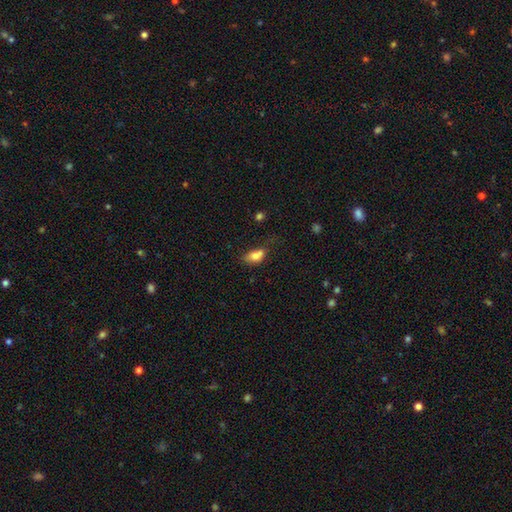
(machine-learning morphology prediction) smooth 76%, featured or disk 14%, star or artifact 10%. Down the decision tree: how rounded — in between (81%); merging — merger (32%).